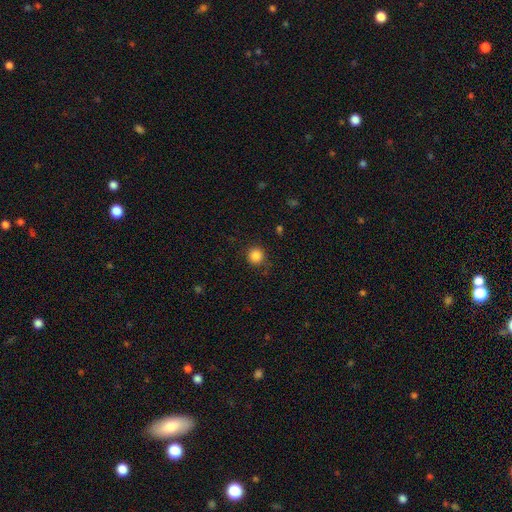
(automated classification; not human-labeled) Smooth or featured: smooth — 86% (star or artifact — 11%)
How rounded: round — 93% (in between — 6%)
Merging: none — 85% (minor disturbance — 11%)